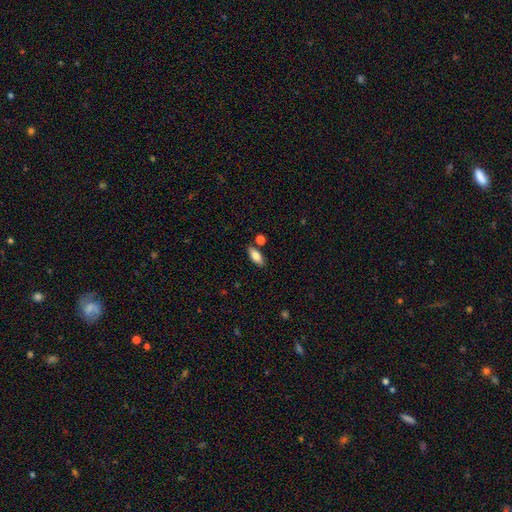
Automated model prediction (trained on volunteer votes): This is likely a smooth galaxy (78%). How rounded: likely in between (79%). Merging: likely none (80%).